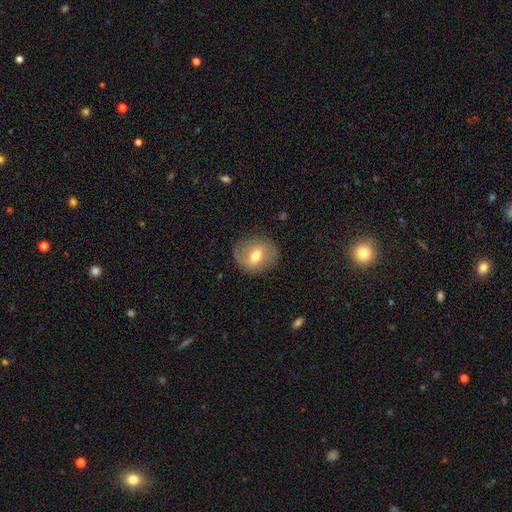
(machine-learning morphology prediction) This is possibly a smooth galaxy (52%). How rounded: likely round (70%). Merging: clearly none (83%).